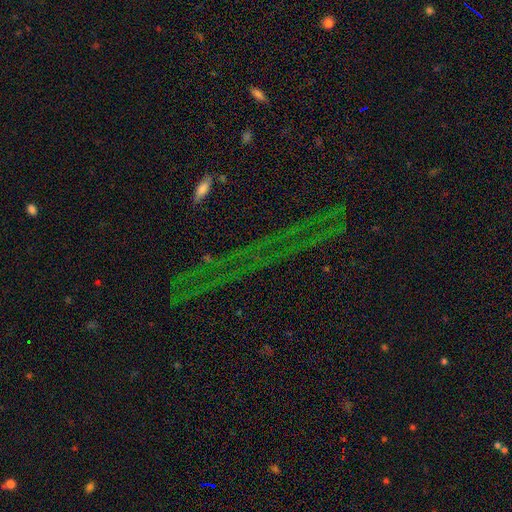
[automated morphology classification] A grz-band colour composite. It shows a star or artifact, not a galaxy (77%).